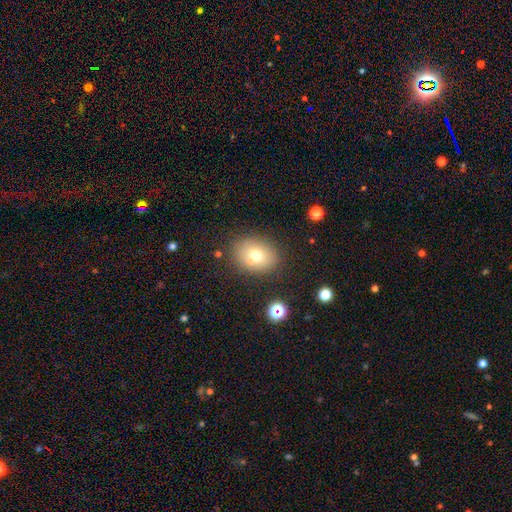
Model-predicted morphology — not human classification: Smooth or featured? Predicted: smooth (p=0.69). How rounded? Predicted: in between (p=0.54). Merging? Predicted: none (p=0.68).